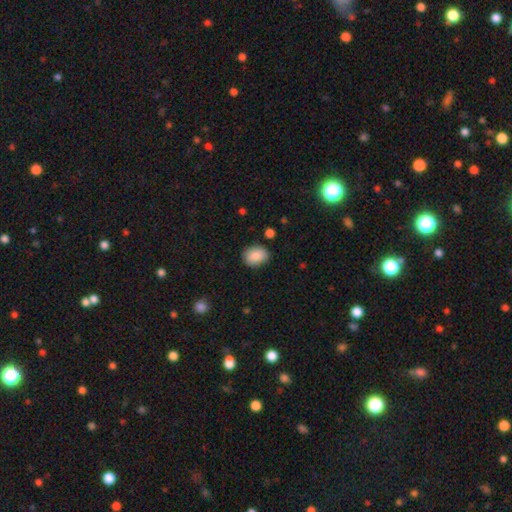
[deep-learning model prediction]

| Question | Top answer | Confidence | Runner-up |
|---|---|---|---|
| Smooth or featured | smooth | 88% | star or artifact (7%) |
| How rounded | in between | 65% | round (34%) |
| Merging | none | 82% | minor disturbance (13%) |